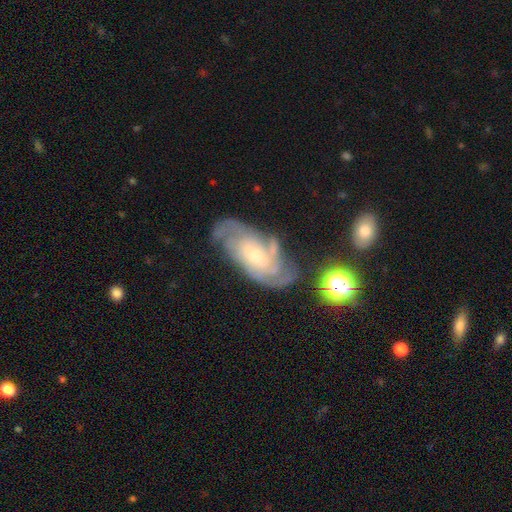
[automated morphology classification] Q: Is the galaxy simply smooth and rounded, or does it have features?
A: featured or disk — 81%.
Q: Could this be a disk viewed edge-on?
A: no — 94%.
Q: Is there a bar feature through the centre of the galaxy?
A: no — 53%.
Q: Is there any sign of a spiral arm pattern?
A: yes — 94%.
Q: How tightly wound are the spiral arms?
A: tight — 55%.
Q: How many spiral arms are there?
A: can't tell — 37%.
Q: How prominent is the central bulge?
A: small — 62%.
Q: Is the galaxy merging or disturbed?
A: none — 57%.